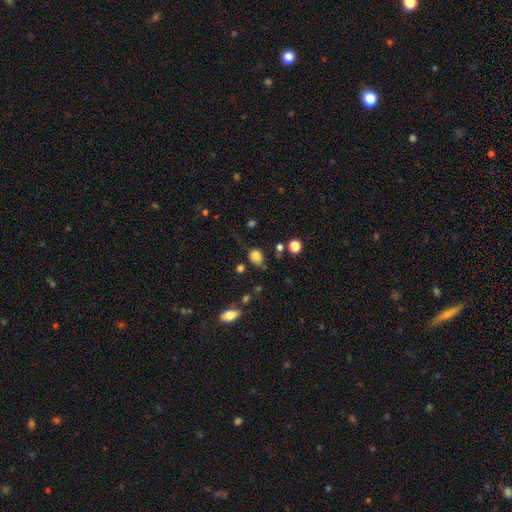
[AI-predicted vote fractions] A smooth galaxy with no disk features (82%) that is in between round and cigar-shaped (57%).

Vote fractions:
- Smooth or featured? smooth: 82% / star or artifact: 11% / featured or disk: 7%
- How rounded? in between: 57% / round: 42% / cigar-shaped: 1%
- Merging? none: 54% / minor disturbance: 30% / major disturbance: 12% / merger: 4%